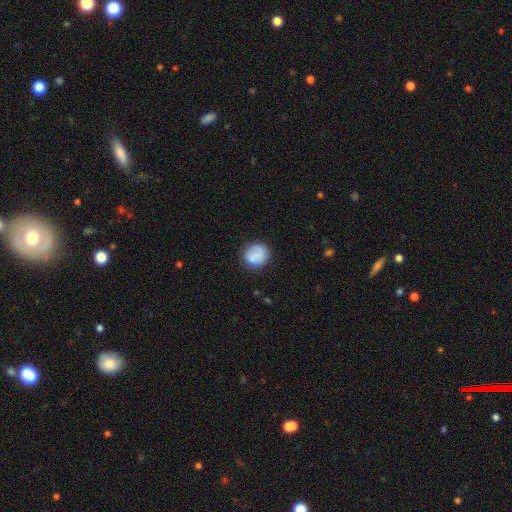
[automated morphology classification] A smooth galaxy with no disk features (74%) that is round (84%). Merging: none (66%).